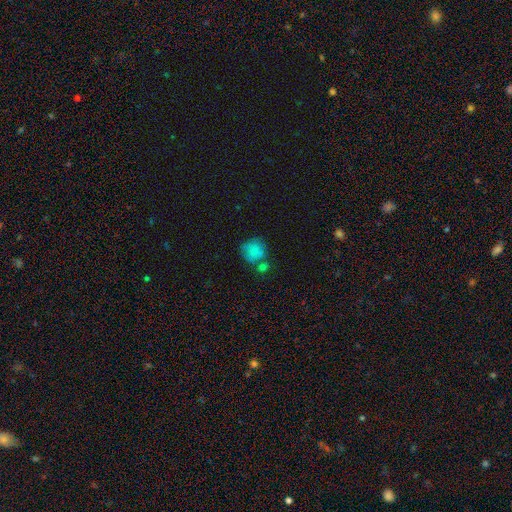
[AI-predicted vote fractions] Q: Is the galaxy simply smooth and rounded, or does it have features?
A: smooth — 62%.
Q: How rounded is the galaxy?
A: round — 88%.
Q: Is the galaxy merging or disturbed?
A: none — 67%.